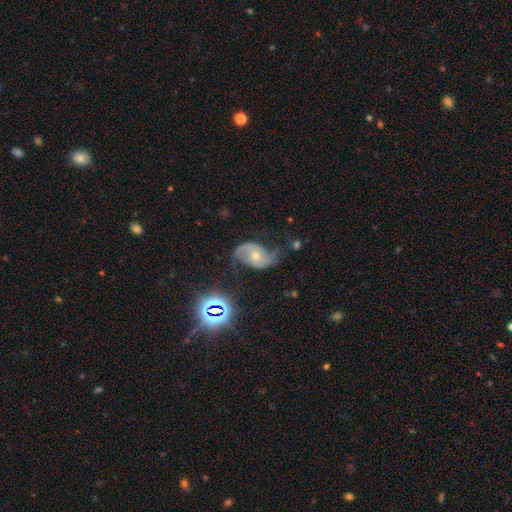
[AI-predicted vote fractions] featured or disk 76%, star or artifact 13%, smooth 10%. Down the decision tree: edge-on disk — no (96%); bar — no (72%); spiral arms — yes (92%); spiral arm count — 2 (85%); spiral winding — loose (44%); bulge size — moderate (62%); merging — none (58%).